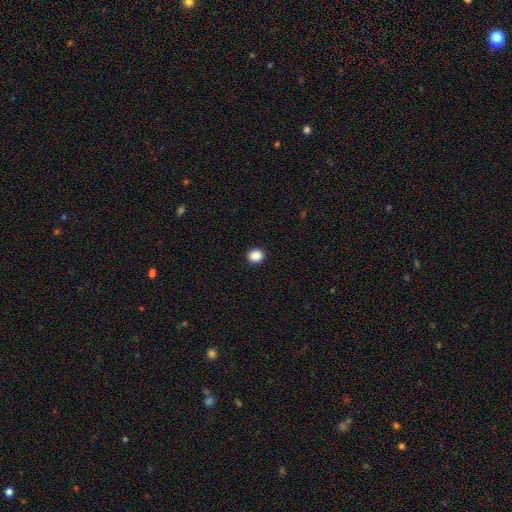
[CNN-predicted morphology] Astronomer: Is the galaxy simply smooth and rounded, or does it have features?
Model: smooth — 88%.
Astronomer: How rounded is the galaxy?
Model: round — 76%.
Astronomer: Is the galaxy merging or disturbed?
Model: none — 93%.